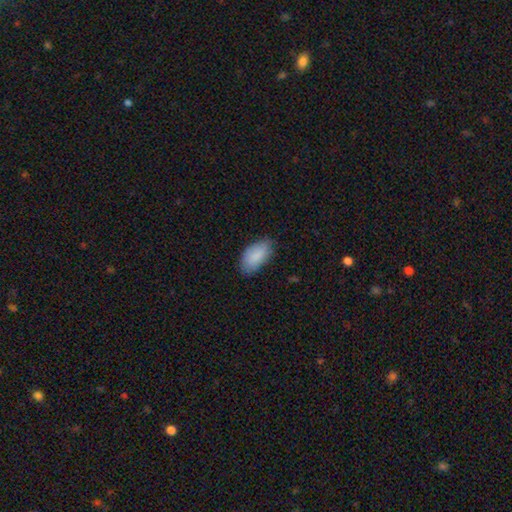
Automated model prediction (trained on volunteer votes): Smooth or featured? smooth (88%)
How rounded? in between (94%)
Merging? none (80%)